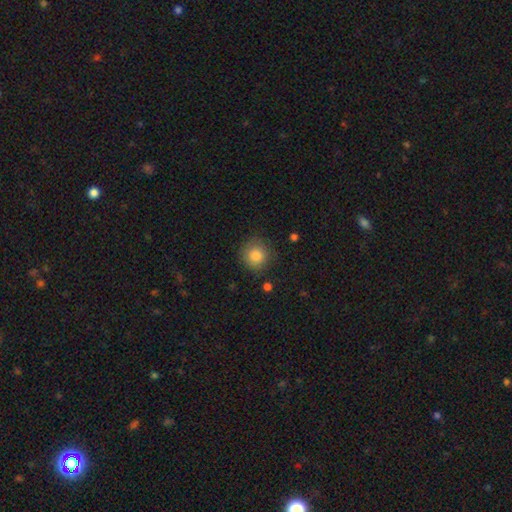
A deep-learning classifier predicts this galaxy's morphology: Smooth or featured: smooth — 85% (star or artifact — 9%)
How rounded: round — 92% (in between — 7%)
Merging: none — 83% (minor disturbance — 11%)